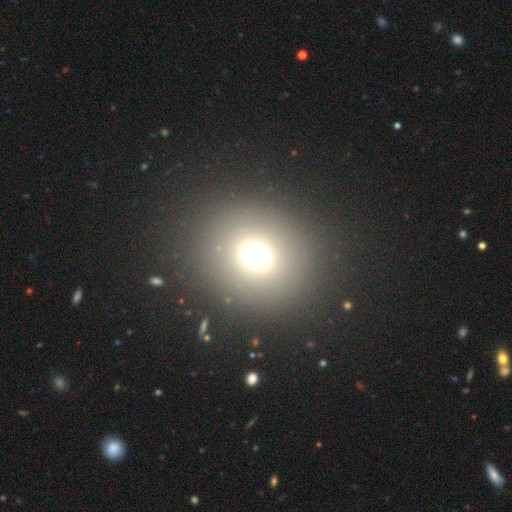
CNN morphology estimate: Smooth or featured? smooth (67%)
How rounded? round (86%)
Merging? none (87%)